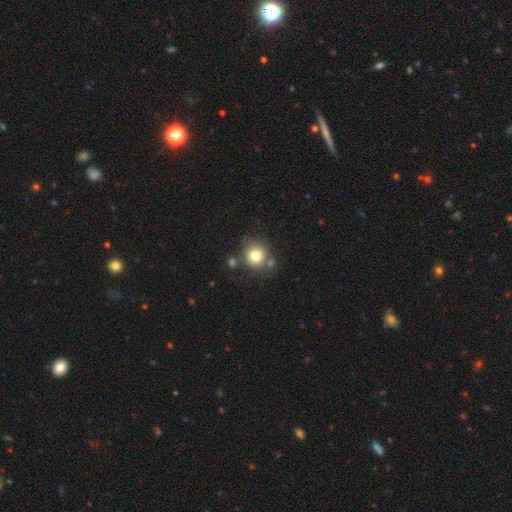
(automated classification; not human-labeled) smooth 77%, star or artifact 11%, featured or disk 11%. Down the decision tree: how rounded — round (85%); merging — none (66%).